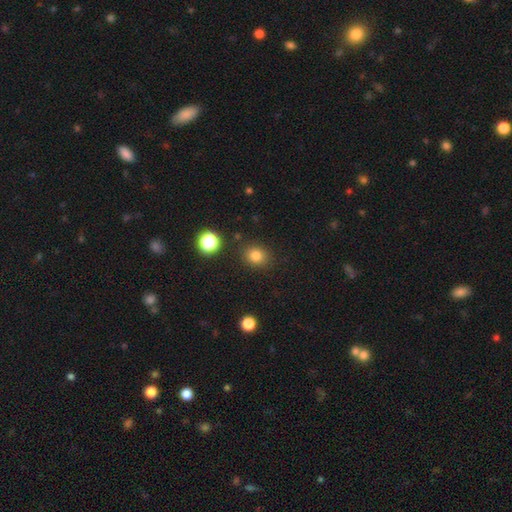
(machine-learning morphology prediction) smooth_or_featured: smooth (p=0.81) [alt: star or artifact p=0.13]
how_rounded: round (p=0.67) [alt: in between p=0.32]
merging: none (p=0.86) [alt: minor disturbance p=0.09]